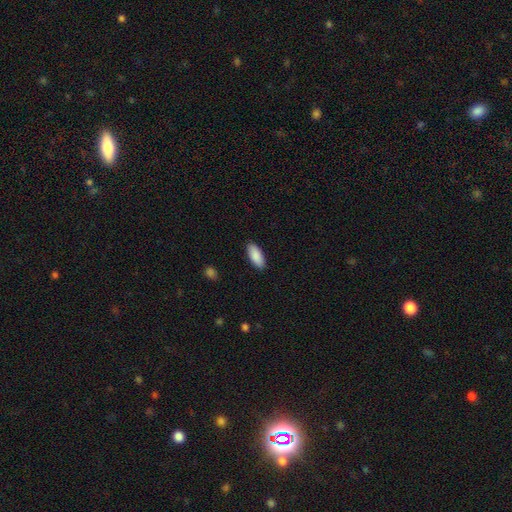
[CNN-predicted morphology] This appears to be a smooth galaxy with no disk features (90%) that is in between round and cigar-shaped (83%). Merging: none (89%).